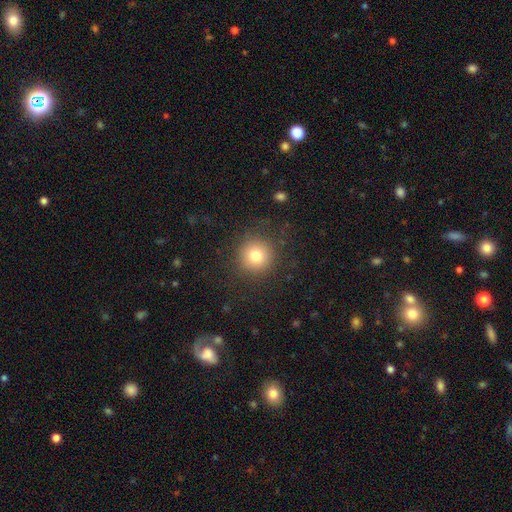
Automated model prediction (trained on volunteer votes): This appears to be a smooth galaxy with no disk features (78%) that is round (94%). Merging: none (88%).